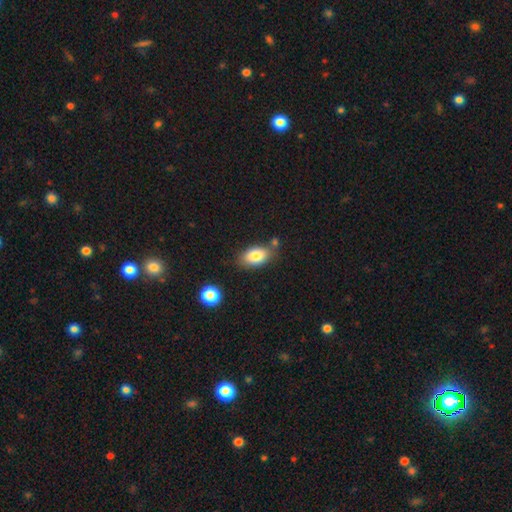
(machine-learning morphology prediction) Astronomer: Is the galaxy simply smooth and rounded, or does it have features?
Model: smooth — 83%.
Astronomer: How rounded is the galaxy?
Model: in between — 91%.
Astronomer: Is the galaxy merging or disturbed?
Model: none — 69%.